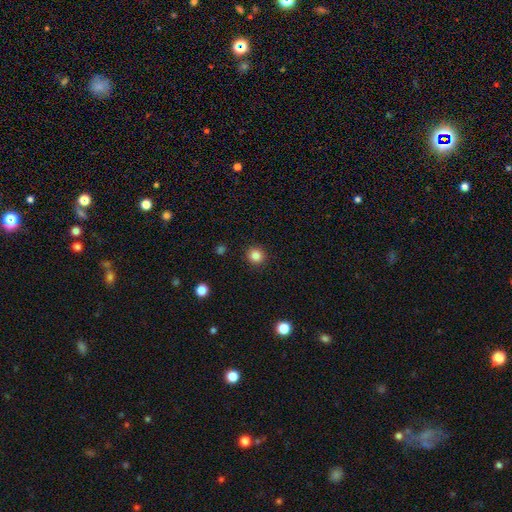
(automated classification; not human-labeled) smooth_or_featured: smooth (p=0.85) [alt: star or artifact p=0.11]
how_rounded: round (p=0.92) [alt: in between p=0.07]
merging: none (p=0.92) [alt: minor disturbance p=0.05]